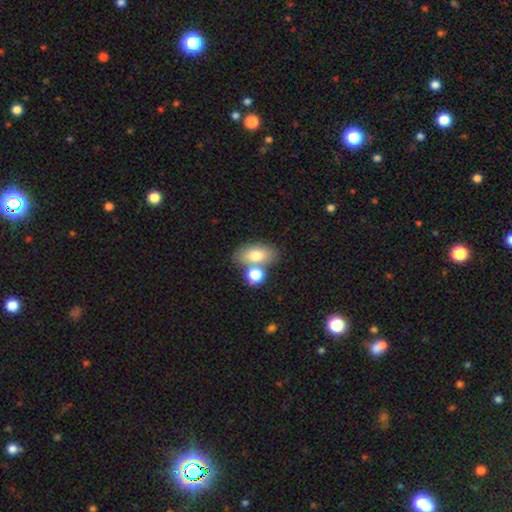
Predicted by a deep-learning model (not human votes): Q: Smooth or featured?
A: smooth (73%); runner-up: featured or disk (18%)
Q: How rounded?
A: in between (86%); runner-up: round (12%)
Q: Merging?
A: none (52%); runner-up: merger (33%)